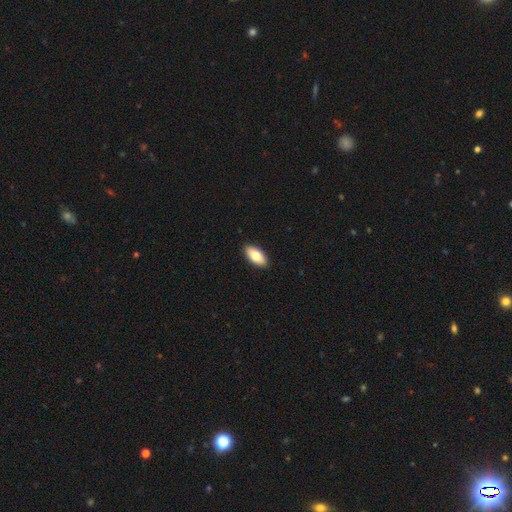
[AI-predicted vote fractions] smooth_or_featured: smooth (p=0.78) [alt: featured or disk p=0.16]
how_rounded: in between (p=0.90) [alt: cigar-shaped p=0.08]
merging: none (p=0.91) [alt: minor disturbance p=0.07]